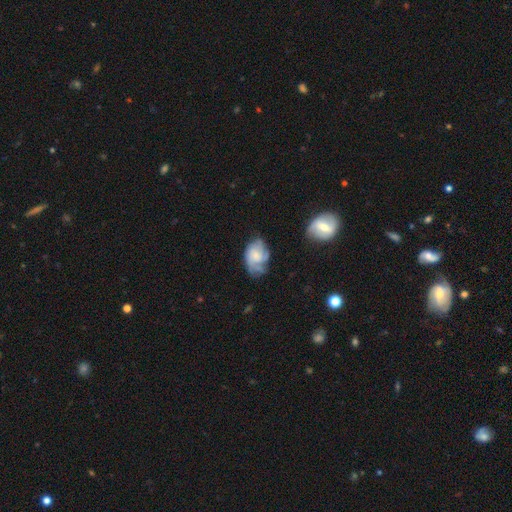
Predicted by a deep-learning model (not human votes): Morphology: type=featured or disk (65%); edge-on=no (97%); bar=no (70%); spiral arms=yes (88%); winding=tight (42%); arm count=can't tell (32%); bulge=small (42%); merging=none (53%).